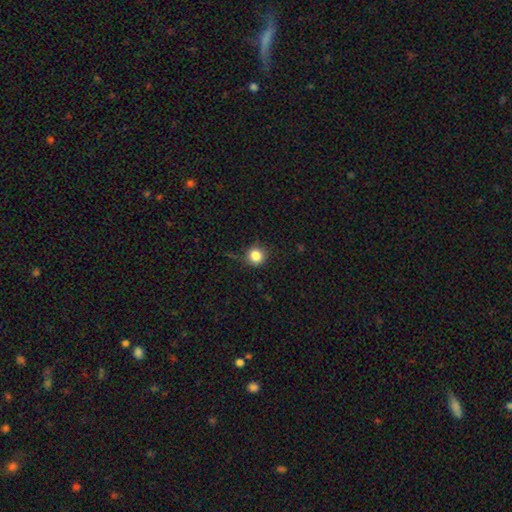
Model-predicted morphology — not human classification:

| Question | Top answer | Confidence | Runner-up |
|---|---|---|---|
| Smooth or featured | smooth | 84% | star or artifact (11%) |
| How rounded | round | 92% | in between (7%) |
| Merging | none | 82% | minor disturbance (13%) |